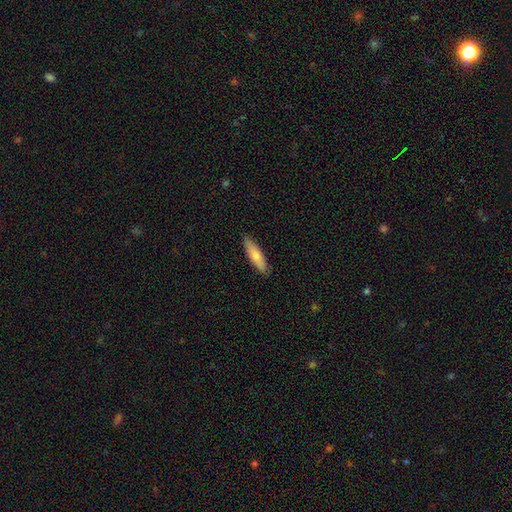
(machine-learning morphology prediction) Smooth or featured?
  - smooth: 76% *
  - featured or disk: 19%
  - star or artifact: 6%
How rounded?
  - cigar-shaped: 68% *
  - in between: 30%
  - round: 2%
Merging?
  - none: 89% *
  - minor disturbance: 9%
  - major disturbance: 2%
  - merger: 1%